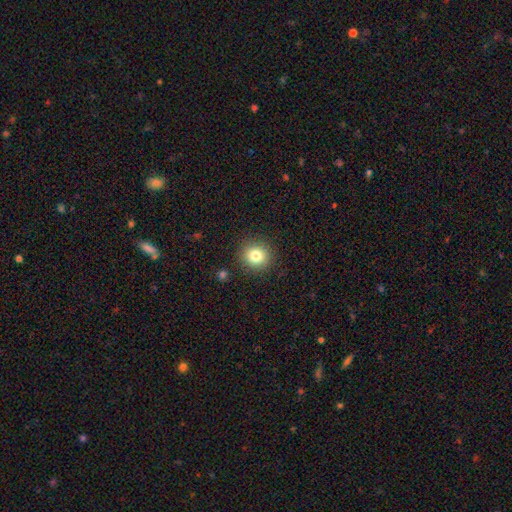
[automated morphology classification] Smooth or featured?
  - smooth: 81% *
  - star or artifact: 11%
  - featured or disk: 8%
How rounded?
  - round: 90% *
  - in between: 9%
  - cigar-shaped: 1%
Merging?
  - none: 89% *
  - minor disturbance: 7%
  - major disturbance: 2%
  - merger: 2%